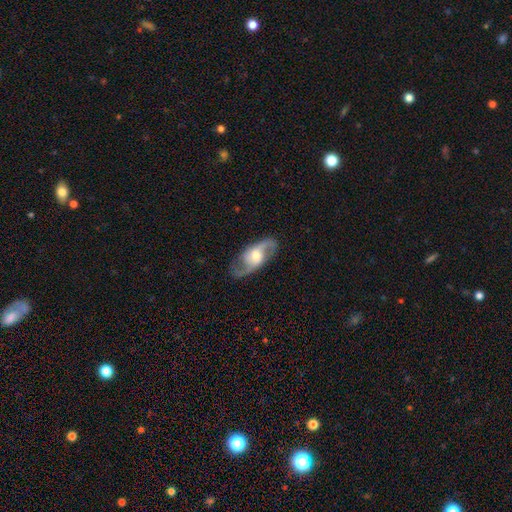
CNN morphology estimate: Smooth or featured: featured or disk — 83% (smooth — 12%)
Edge-on disk: no — 93% (yes — 7%)
Bar: no — 46% (weak — 41%)
Spiral arms: yes — 94% (no — 6%)
Spiral winding: medium — 45% (loose — 43%)
Spiral arm count: 2 — 91% (can't tell — 4%)
Bulge size: moderate — 60% (small — 22%)
Merging: none — 81% (minor disturbance — 12%)